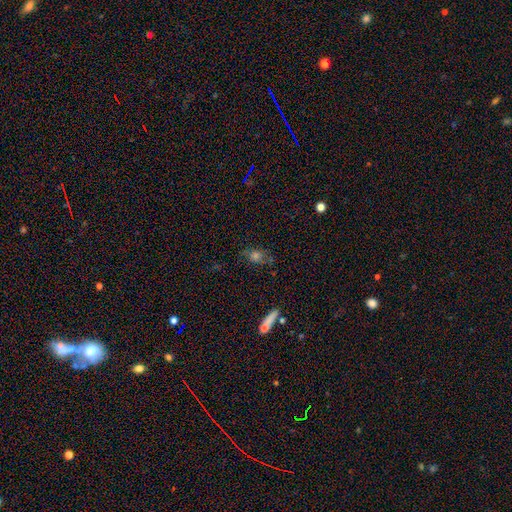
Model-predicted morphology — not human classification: Smooth or featured? Predicted: smooth (p=0.54). How rounded? Predicted: in between (p=0.58). Merging? Predicted: none (p=0.70).